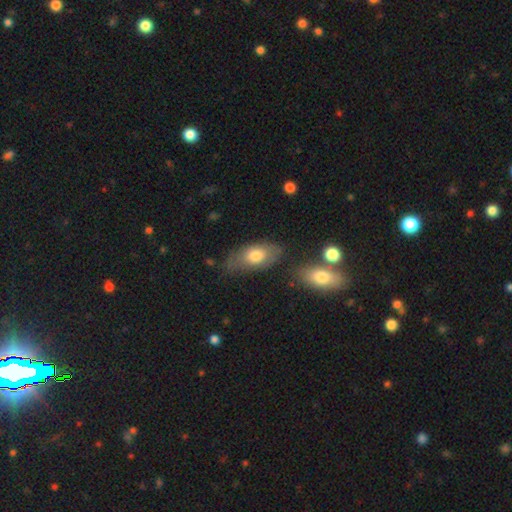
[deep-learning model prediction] smooth_or_featured: smooth (p=0.71) [alt: featured or disk p=0.22]
how_rounded: in between (p=0.89) [alt: cigar-shaped p=0.07]
merging: none (p=0.66) [alt: minor disturbance p=0.22]